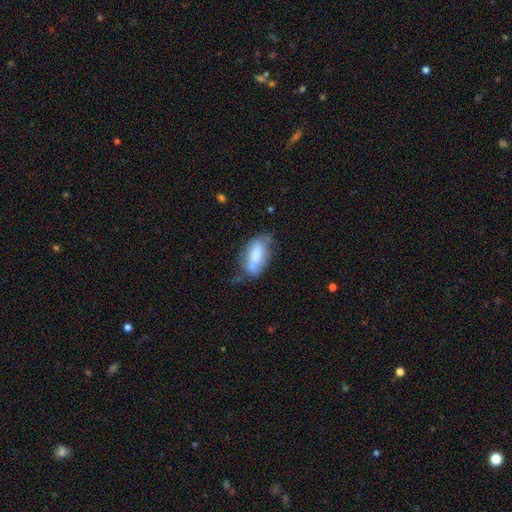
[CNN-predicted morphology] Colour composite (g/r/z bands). It shows a smooth galaxy with no disk features (70%) that is in between round and cigar-shaped (82%). Merging: none (48%).